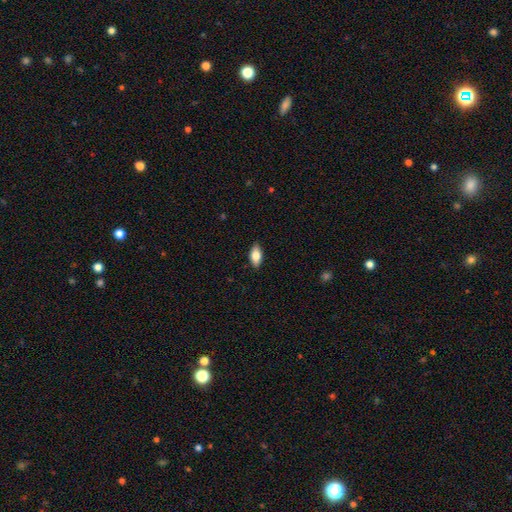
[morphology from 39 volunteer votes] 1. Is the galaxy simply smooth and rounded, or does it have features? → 82% smooth, 10% star or artifact, 8% featured or disk.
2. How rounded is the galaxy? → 91% in between, 9% cigar-shaped, 0% round.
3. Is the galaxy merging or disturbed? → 89% none, 9% minor disturbance, 3% major disturbance, 0% merger.